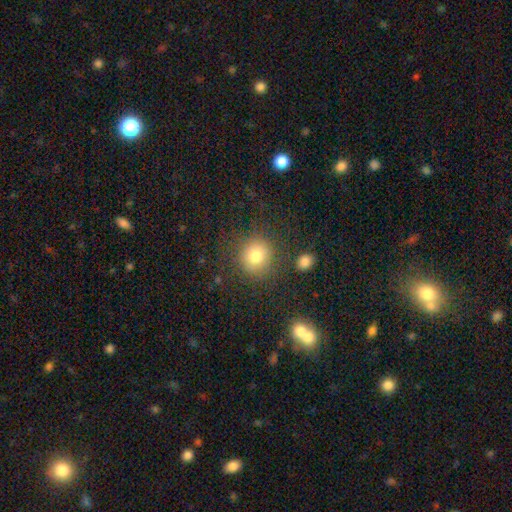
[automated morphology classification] smooth 79%, star or artifact 12%, featured or disk 9%. Down the decision tree: how rounded — round (86%); merging — none (81%).